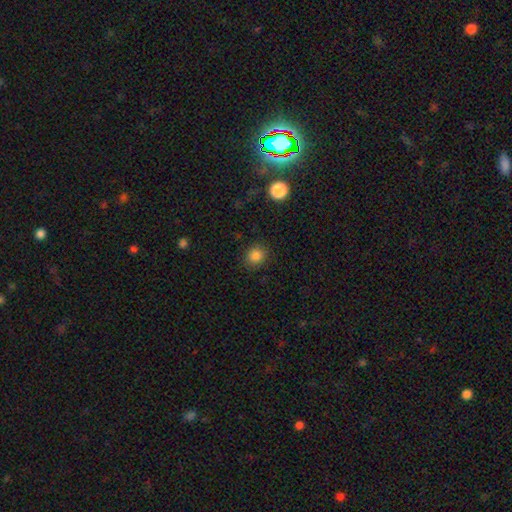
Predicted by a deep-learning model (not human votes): Smooth or featured? smooth (84%)
How rounded? round (76%)
Merging? none (88%)